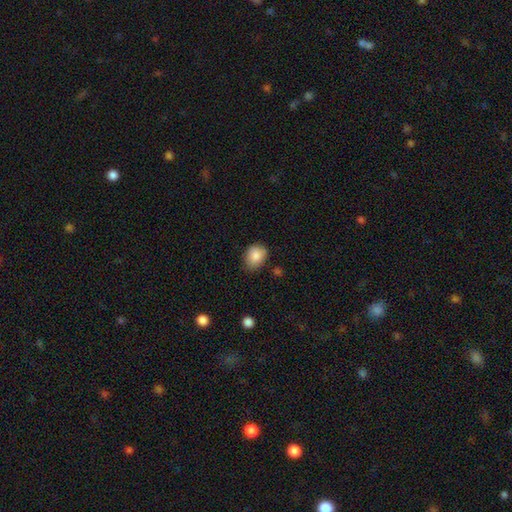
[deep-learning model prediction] Overall: smooth (86%). How rounded: in between (53%; round 46%). Merging: none (74%).